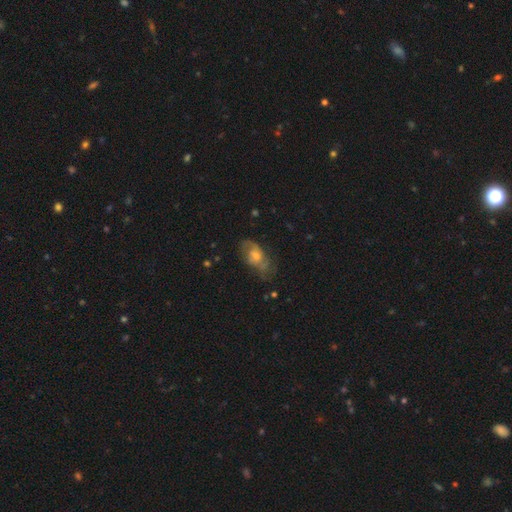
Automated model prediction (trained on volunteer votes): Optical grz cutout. It shows a featured or disk galaxy (61%) with no bar (72%), spiral arms (77%) and a moderate central bulge (58%). Merging: none (61%).